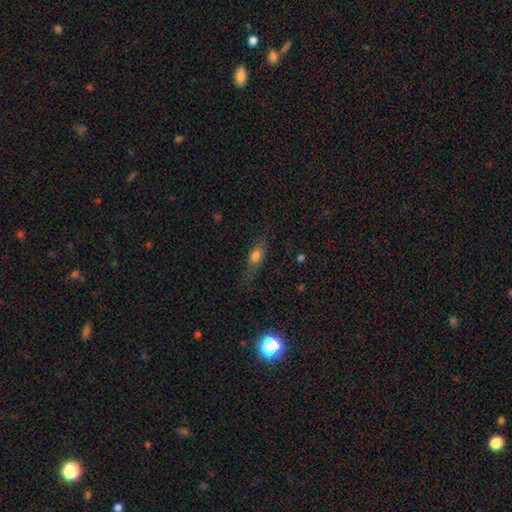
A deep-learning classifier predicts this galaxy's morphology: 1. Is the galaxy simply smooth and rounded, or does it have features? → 64% smooth, 26% featured or disk, 10% star or artifact.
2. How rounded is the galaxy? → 60% in between, 33% cigar-shaped, 7% round.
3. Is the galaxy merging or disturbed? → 66% none, 22% minor disturbance, 10% major disturbance, 2% merger.